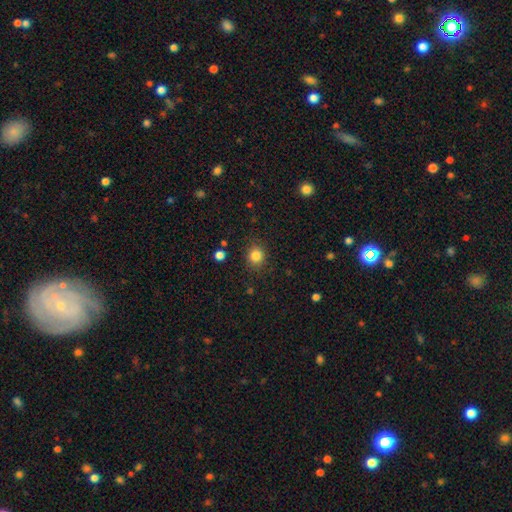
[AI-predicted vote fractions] A smooth galaxy with no disk features (84%) that is round (83%).

Vote fractions:
- Smooth or featured? smooth: 84% / star or artifact: 12% / featured or disk: 4%
- How rounded? round: 83% / in between: 16% / cigar-shaped: 1%
- Merging? none: 86% / minor disturbance: 9% / major disturbance: 3% / merger: 2%